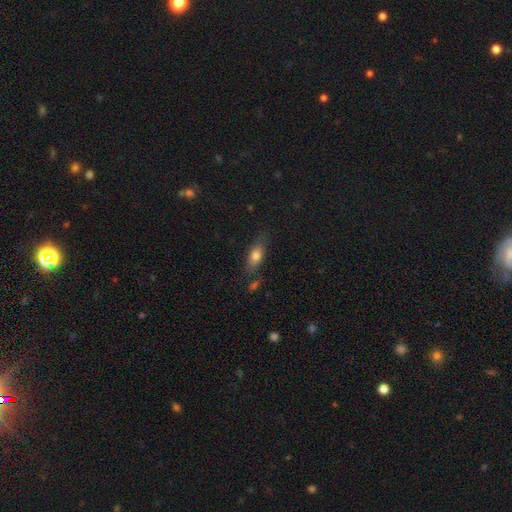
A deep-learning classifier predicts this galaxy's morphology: A smooth galaxy with no disk features (74%) that is in between round and cigar-shaped (74%). Merging: none (70%).